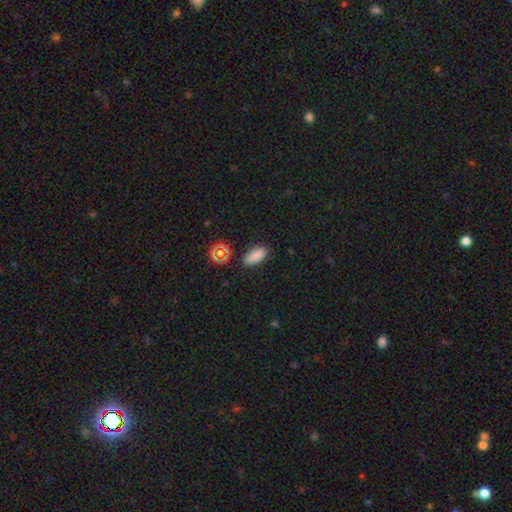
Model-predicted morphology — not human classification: A smooth galaxy with no disk features (81%) that is in between round and cigar-shaped (82%).

Vote fractions:
- Smooth or featured? smooth: 81% / star or artifact: 13% / featured or disk: 5%
- How rounded? in between: 82% / cigar-shaped: 13% / round: 5%
- Merging? none: 85% / minor disturbance: 10% / major disturbance: 3% / merger: 2%